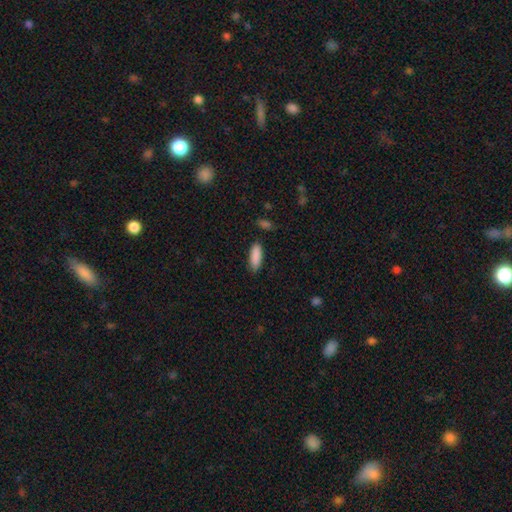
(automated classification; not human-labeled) Smooth or featured? Predicted: smooth (p=0.89). How rounded? Predicted: in between (p=0.63). Merging? Predicted: none (p=0.85).